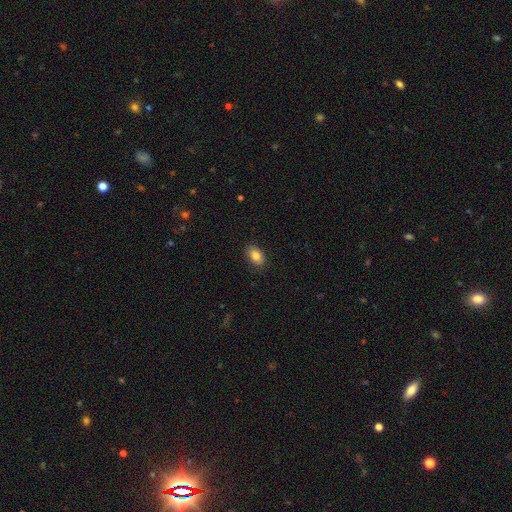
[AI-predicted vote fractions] Q: Smooth or featured?
A: smooth (85%); runner-up: star or artifact (8%)
Q: How rounded?
A: in between (88%); runner-up: round (10%)
Q: Merging?
A: none (86%); runner-up: minor disturbance (10%)